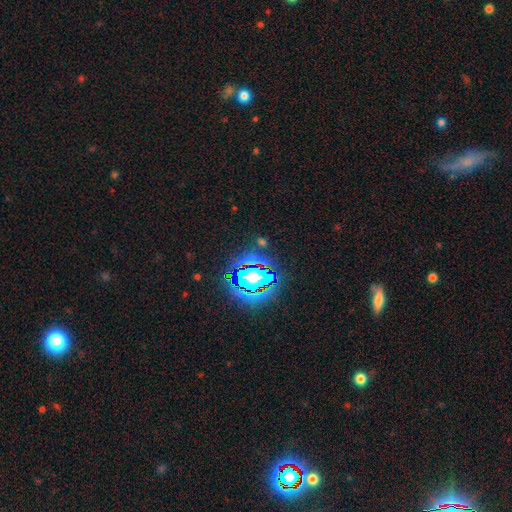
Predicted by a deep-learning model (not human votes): Q: Smooth or featured?
A: star or artifact (81%); runner-up: smooth (11%)